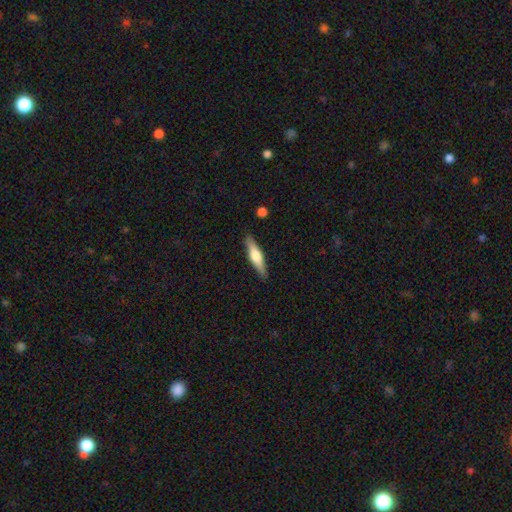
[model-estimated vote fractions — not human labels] Morphology: type=smooth (48%); merging=none (88%).